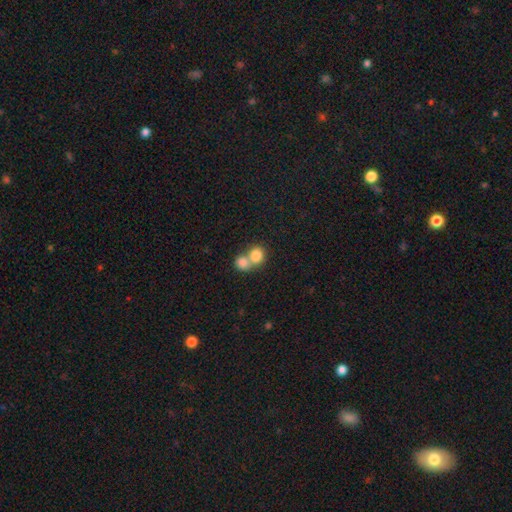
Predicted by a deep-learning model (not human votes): Morphology: type=smooth (81%); roundness=round (76%); merging=merger (63%).